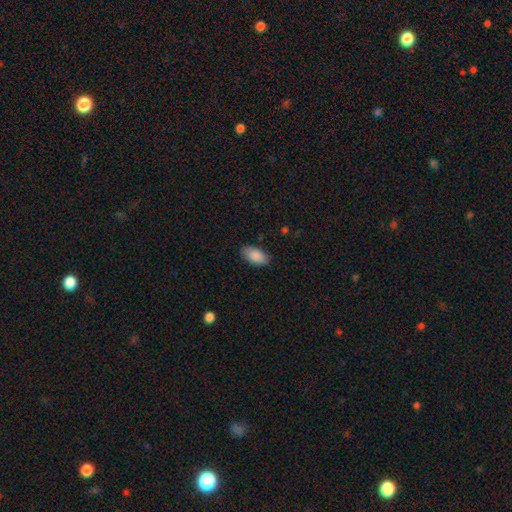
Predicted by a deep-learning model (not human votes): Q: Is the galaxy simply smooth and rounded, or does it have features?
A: smooth — 89%.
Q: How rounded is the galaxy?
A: in between — 94%.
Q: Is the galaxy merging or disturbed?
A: none — 85%.